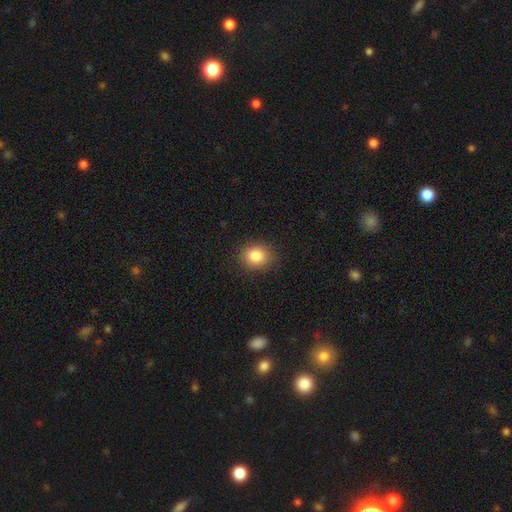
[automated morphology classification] Q: Smooth or featured?
A: smooth (85%); runner-up: star or artifact (10%)
Q: How rounded?
A: round (64%); runner-up: in between (35%)
Q: Merging?
A: none (87%); runner-up: minor disturbance (9%)